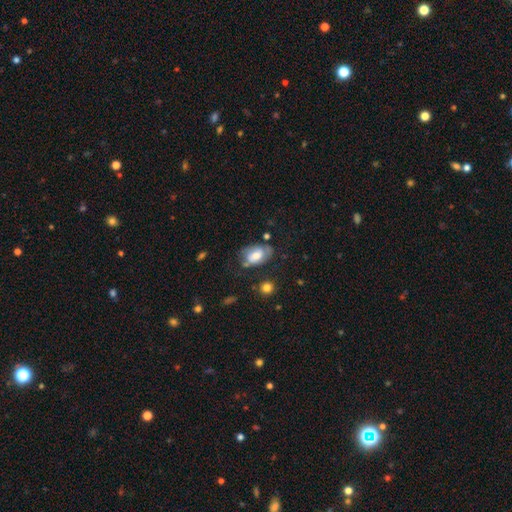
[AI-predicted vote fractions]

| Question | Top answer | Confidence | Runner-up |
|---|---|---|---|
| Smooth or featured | smooth | 61% | featured or disk (31%) |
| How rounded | in between | 89% | round (10%) |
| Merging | none | 50% | minor disturbance (30%) |